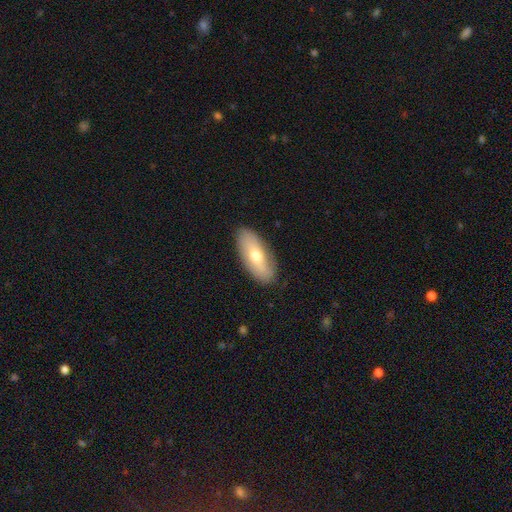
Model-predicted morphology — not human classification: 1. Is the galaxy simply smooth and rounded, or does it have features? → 60% smooth, 35% featured or disk, 6% star or artifact.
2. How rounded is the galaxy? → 84% in between, 13% cigar-shaped, 3% round.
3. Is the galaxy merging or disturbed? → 87% none, 10% minor disturbance, 2% major disturbance, 1% merger.